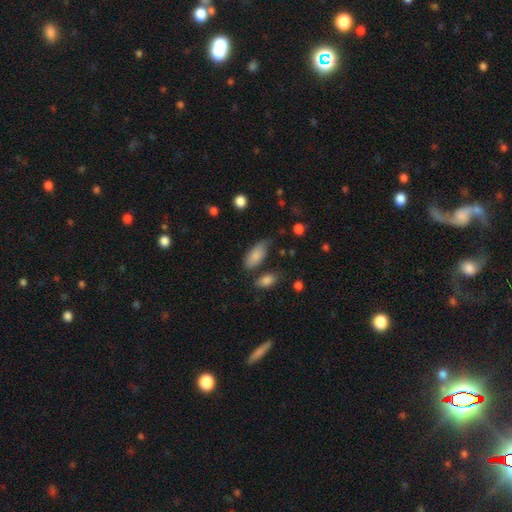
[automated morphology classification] Q: Smooth or featured?
A: smooth (82%); runner-up: featured or disk (11%)
Q: How rounded?
A: in between (88%); runner-up: cigar-shaped (9%)
Q: Merging?
A: none (57%); runner-up: minor disturbance (29%)